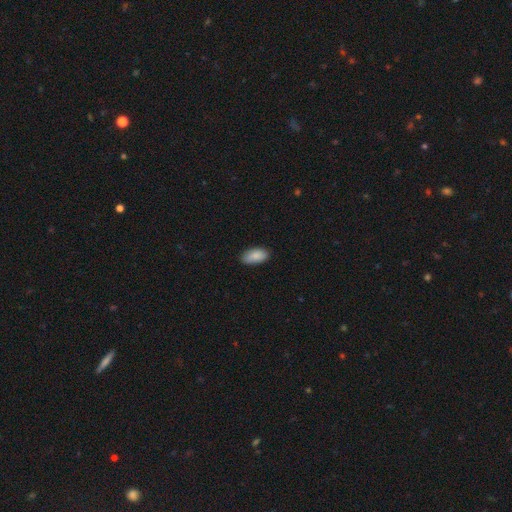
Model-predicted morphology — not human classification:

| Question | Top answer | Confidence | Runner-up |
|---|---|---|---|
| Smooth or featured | smooth | 88% | star or artifact (6%) |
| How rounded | in between | 93% | cigar-shaped (4%) |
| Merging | none | 83% | minor disturbance (14%) |